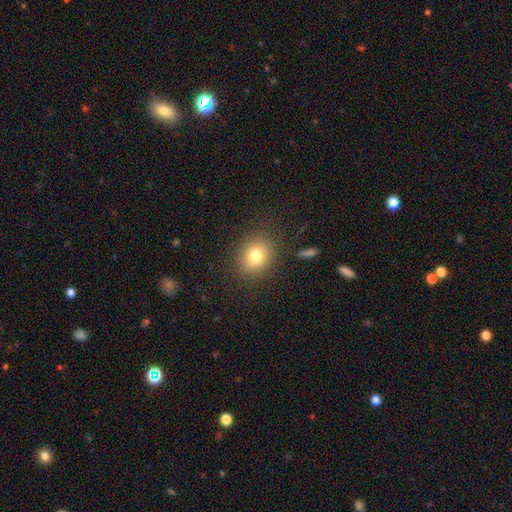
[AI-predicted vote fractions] smooth-or-featured: smooth: 77% | star or artifact: 13% | featured or disk: 10%
  how-rounded: round: 68% | in between: 30% | cigar-shaped: 1%
  merging: none: 85% | minor disturbance: 10% | major disturbance: 4% | merger: 2%